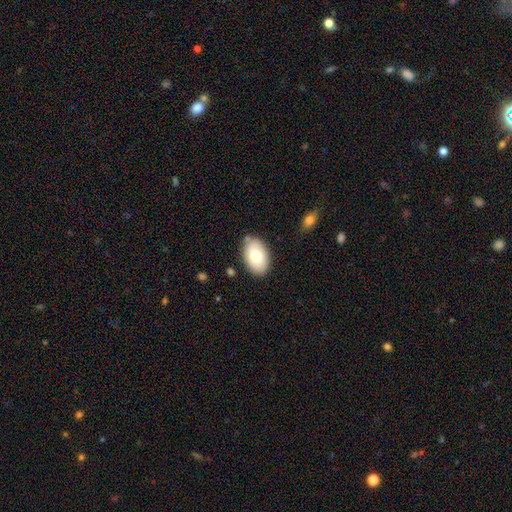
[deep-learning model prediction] Smooth or featured?
  - smooth: 73% *
  - featured or disk: 20%
  - star or artifact: 7%
How rounded?
  - in between: 90% *
  - round: 9%
  - cigar-shaped: 1%
Merging?
  - none: 81% *
  - minor disturbance: 14%
  - merger: 3%
  - major disturbance: 3%